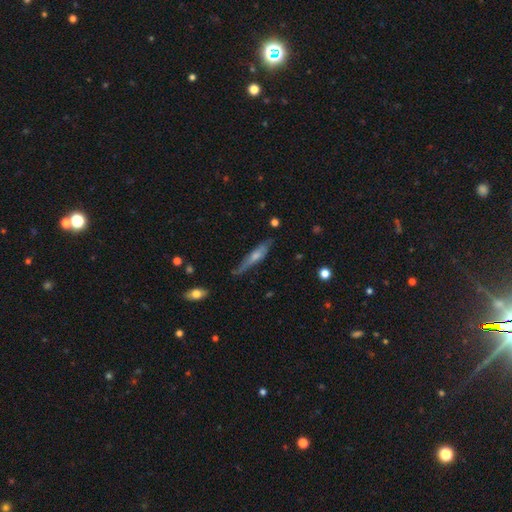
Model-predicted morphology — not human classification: smooth_or_featured: featured or disk (p=0.55) [alt: smooth p=0.37]
disk_edge_on: yes (p=0.83) [alt: no p=0.17]
merging: none (p=0.69) [alt: minor disturbance p=0.23]